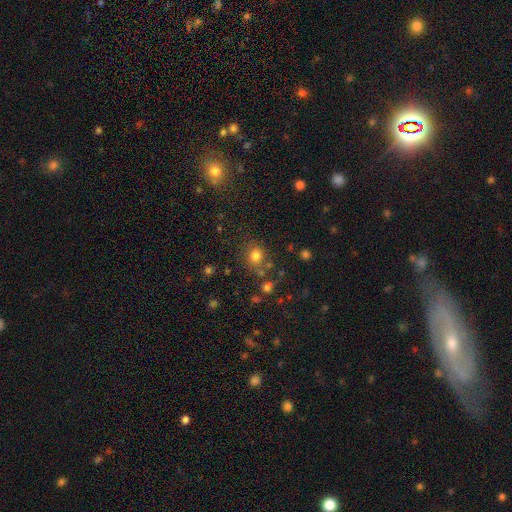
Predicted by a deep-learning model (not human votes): Smooth or featured? Predicted: smooth (p=0.77). How rounded? Predicted: round (p=0.81). Merging? Predicted: none (p=0.75).